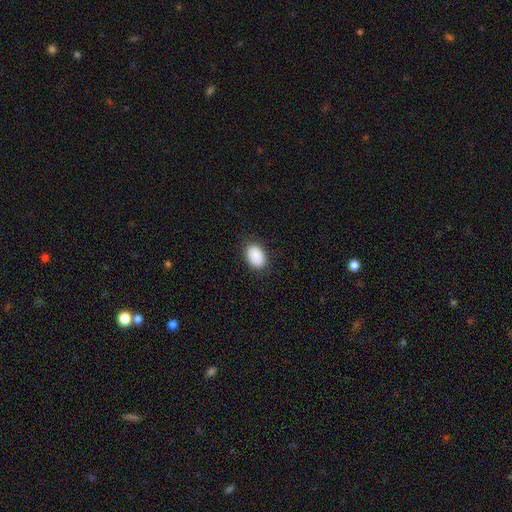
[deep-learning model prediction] The model was most divided on "how rounded": in between: 84%, round: 15%, cigar-shaped: 1%. More confident: smooth or featured — smooth (90%); merging — none (86%).